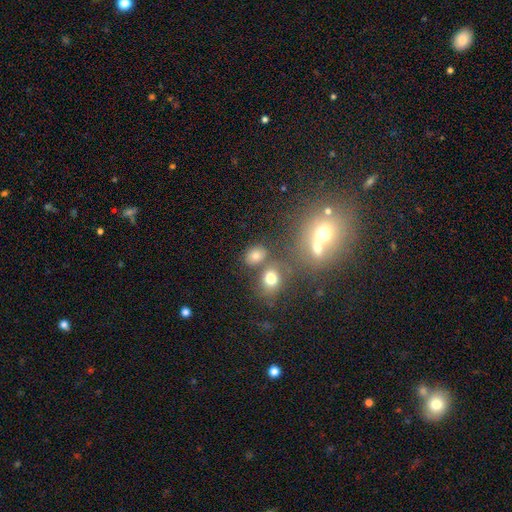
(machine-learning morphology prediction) This appears to be a smooth galaxy with no disk features (72%) that is in between round and cigar-shaped (55%). Merging: none (66%).